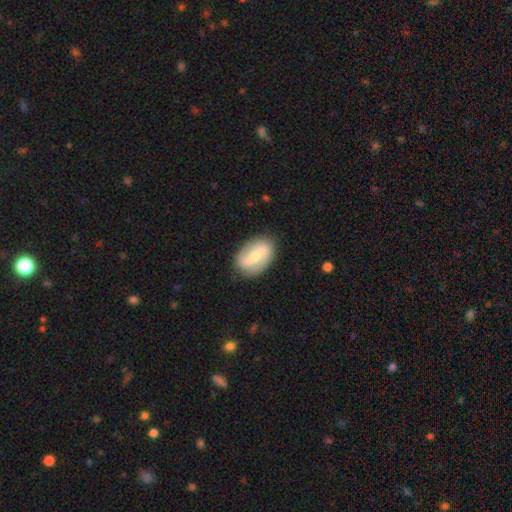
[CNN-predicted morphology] Overall: featured or disk (66%; smooth 29%). Edge-on disk: no (94%). Bar: strong (45%; weak 37%). Spiral arms: yes (79%). Bulge size: moderate (48%; small 46%). Merging: none (83%).